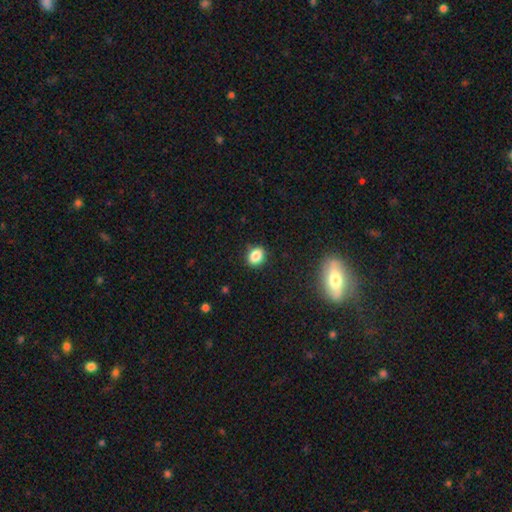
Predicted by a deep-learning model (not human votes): smooth_or_featured: smooth (p=0.84) [alt: star or artifact p=0.11]
how_rounded: in between (p=0.53) [alt: round p=0.46]
merging: none (p=0.86) [alt: minor disturbance p=0.10]